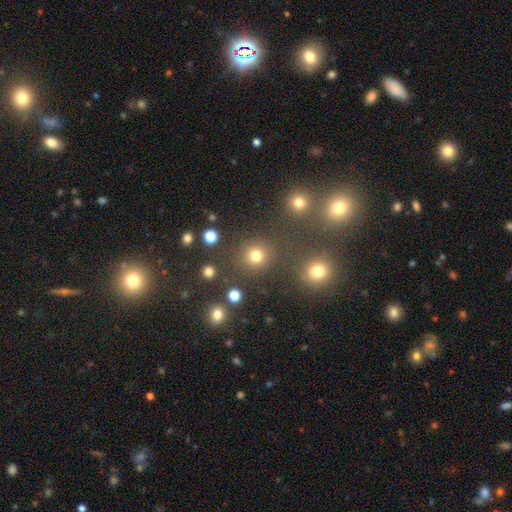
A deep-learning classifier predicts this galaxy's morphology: Smooth or featured: smooth — 78% (star or artifact — 17%)
How rounded: round — 92% (in between — 7%)
Merging: none — 84% (minor disturbance — 7%)